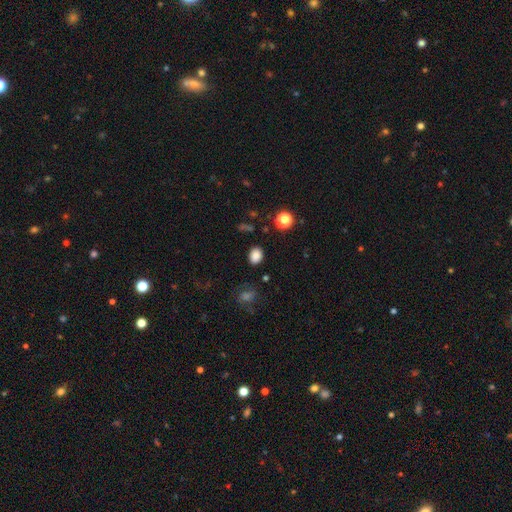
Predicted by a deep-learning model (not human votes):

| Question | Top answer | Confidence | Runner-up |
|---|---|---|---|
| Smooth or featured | smooth | 85% | star or artifact (11%) |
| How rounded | in between | 59% | round (40%) |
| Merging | none | 85% | minor disturbance (10%) |